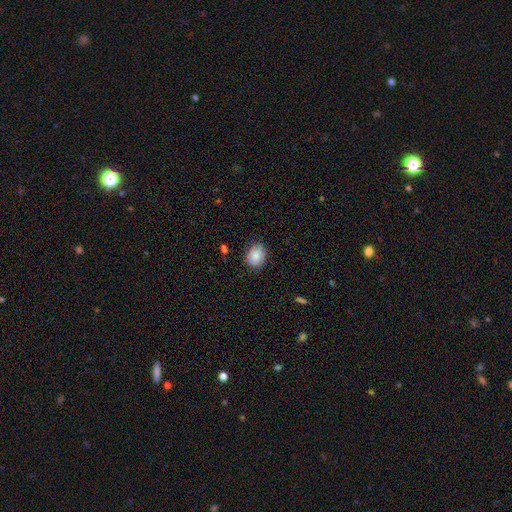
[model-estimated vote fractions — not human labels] Smooth or featured: smooth — 86% (star or artifact — 8%)
How rounded: round — 57% (in between — 42%)
Merging: none — 78% (minor disturbance — 17%)